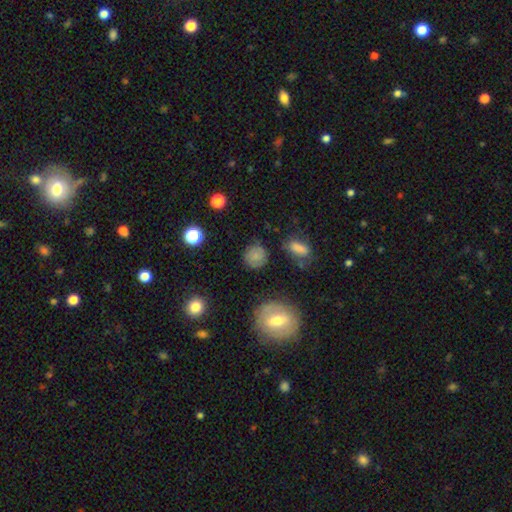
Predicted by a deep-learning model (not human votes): The model was most divided on "smooth or featured": smooth: 78%, star or artifact: 12%, featured or disk: 10%. More confident: how rounded — round (84%); merging — none (80%).